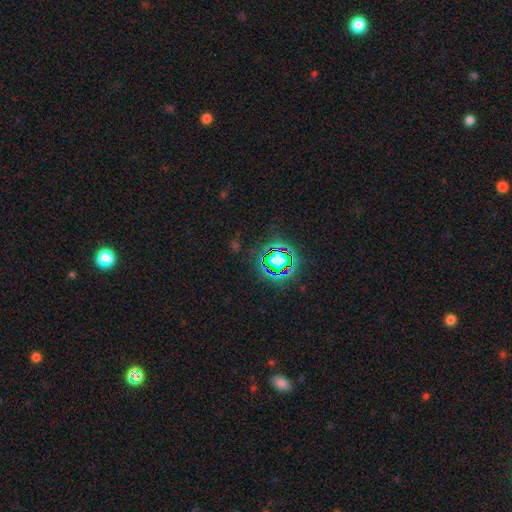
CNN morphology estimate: Q: Smooth or featured?
A: star or artifact (76%); runner-up: smooth (15%)